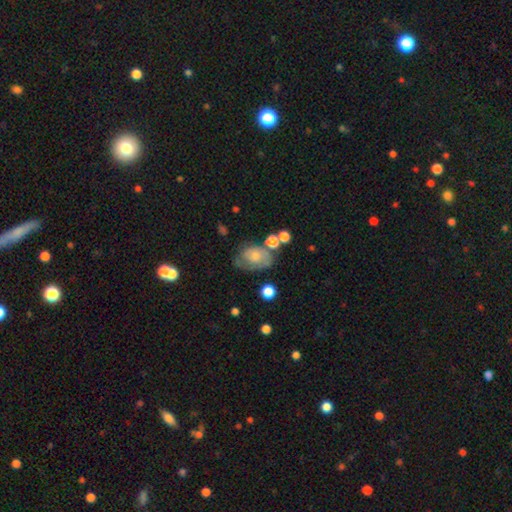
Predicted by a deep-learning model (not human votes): Smooth or featured? smooth (48%)
Merging? none (46%)